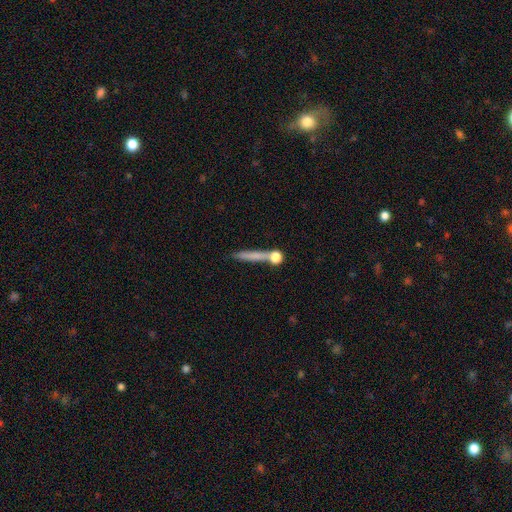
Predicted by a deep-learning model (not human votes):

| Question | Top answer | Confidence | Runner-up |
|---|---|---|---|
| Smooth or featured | smooth | 63% | featured or disk (26%) |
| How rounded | cigar-shaped | 81% | round (11%) |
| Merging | none | 67% | merger (15%) |